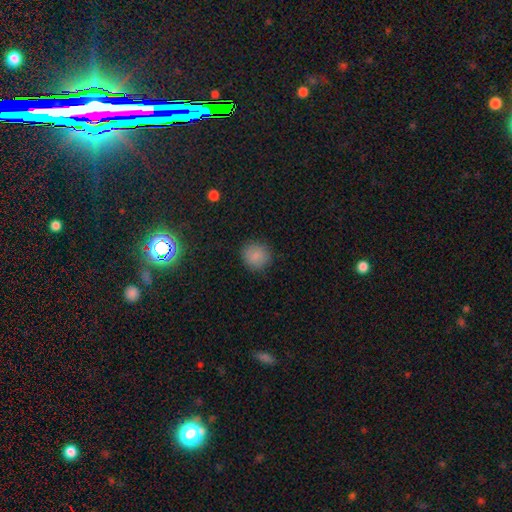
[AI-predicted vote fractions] smooth 86%, star or artifact 10%, featured or disk 5%. Down the decision tree: how rounded — round (91%); merging — none (88%).